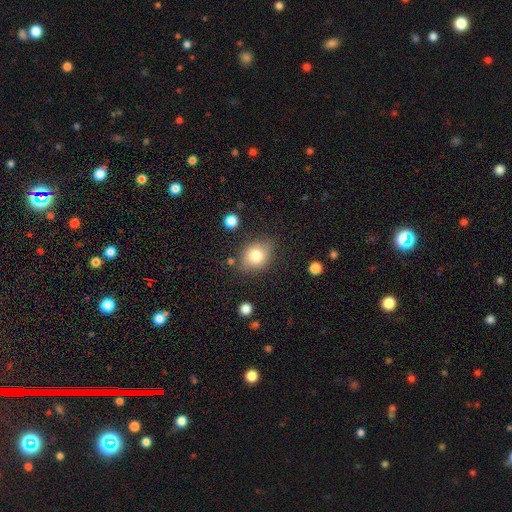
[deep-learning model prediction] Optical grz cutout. It shows a smooth galaxy with no disk features (77%) that is in between round and cigar-shaped (51%). Merging: none (73%).